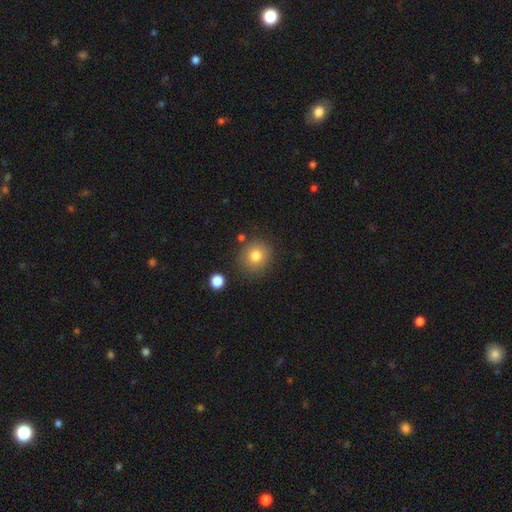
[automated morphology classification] A smooth galaxy with no disk features (80%) that is round (86%). Merging: none (83%).